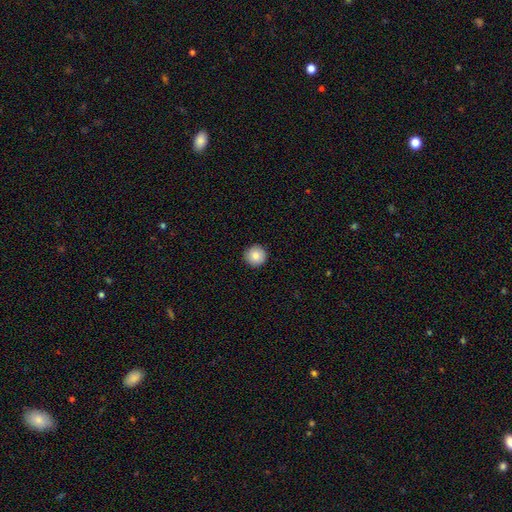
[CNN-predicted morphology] type=smooth (84%); roundness=round (96%); merging=none (92%).